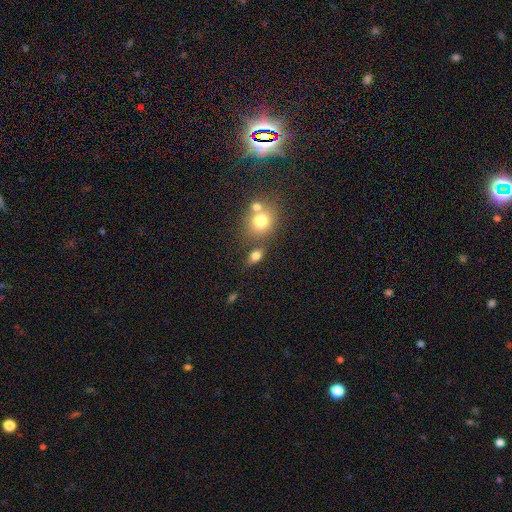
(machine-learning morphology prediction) smooth-or-featured: smooth: 75% | star or artifact: 12% | featured or disk: 12%
  how-rounded: in between: 67% | round: 29% | cigar-shaped: 4%
  merging: none: 61% | merger: 19% | minor disturbance: 14% | major disturbance: 6%